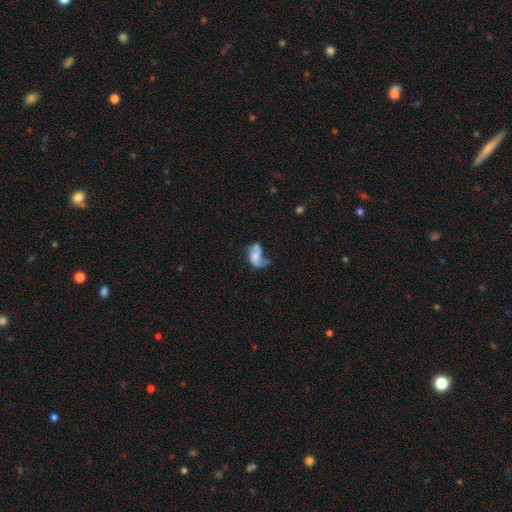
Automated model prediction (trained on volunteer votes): Smooth or featured: featured or disk — 49% (smooth — 41%)
Merging: major disturbance — 38% (none — 26%)